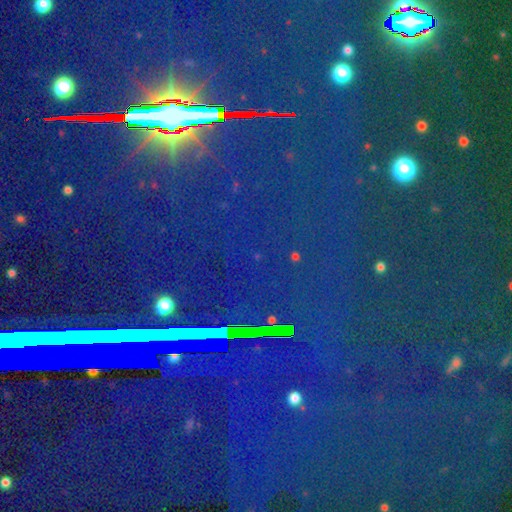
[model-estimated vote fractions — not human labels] Smooth or featured?
  - star or artifact: 82% *
  - smooth: 9%
  - featured or disk: 8%